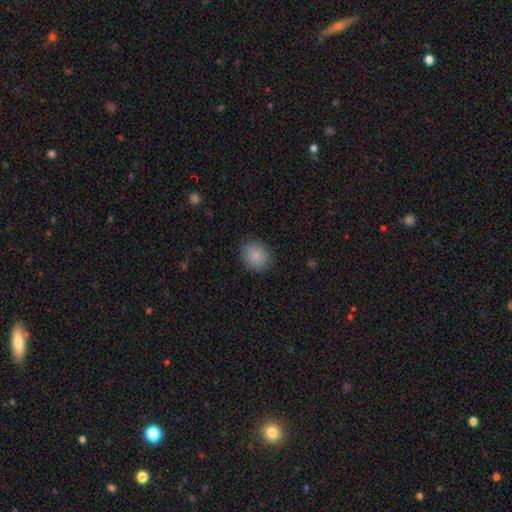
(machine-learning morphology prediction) A smooth galaxy with no disk features (88%) that is round (76%). Merging: none (87%).